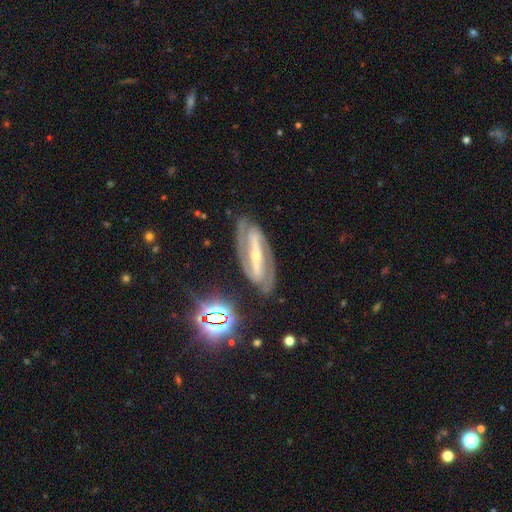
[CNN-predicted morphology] Smooth or featured?
  - featured or disk: 87% *
  - star or artifact: 7%
  - smooth: 6%
Edge-on disk?
  - no: 90% *
  - yes: 10%
Bar?
  - strong: 82% *
  - weak: 12%
  - no: 6%
Spiral arms?
  - yes: 94% *
  - no: 6%
Spiral winding?
  - tight: 44% *
  - medium: 43%
  - loose: 13%
Spiral arm count?
  - 2: 90% *
  - can't tell: 5%
  - 3: 2%
  - 1: 1%
  - 4: 1%
  - more than 4: 1%
Bulge size?
  - small: 69% *
  - moderate: 26%
  - none: 2%
  - large: 2%
  - dominant: 1%
Merging?
  - none: 81% *
  - minor disturbance: 12%
  - major disturbance: 5%
  - merger: 2%